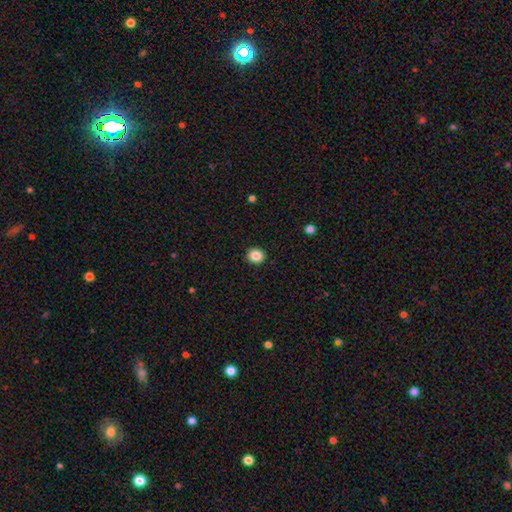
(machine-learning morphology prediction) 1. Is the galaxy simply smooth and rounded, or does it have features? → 86% smooth, 10% star or artifact, 4% featured or disk.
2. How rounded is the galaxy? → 80% round, 19% in between, 1% cigar-shaped.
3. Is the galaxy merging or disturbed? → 92% none, 5% minor disturbance, 2% major disturbance, 1% merger.